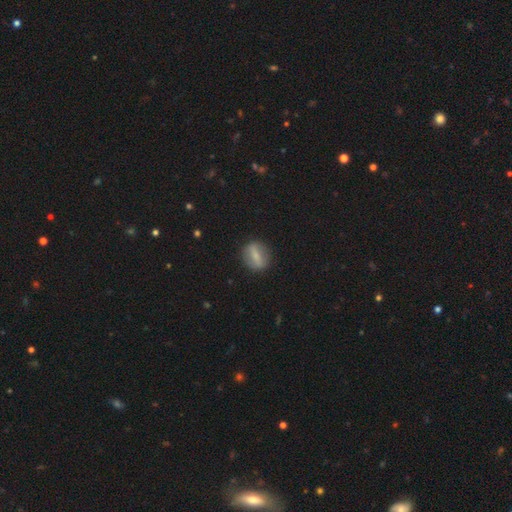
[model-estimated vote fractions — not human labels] Morphology: type=smooth (55%); roundness=round (57%); merging=none (87%).